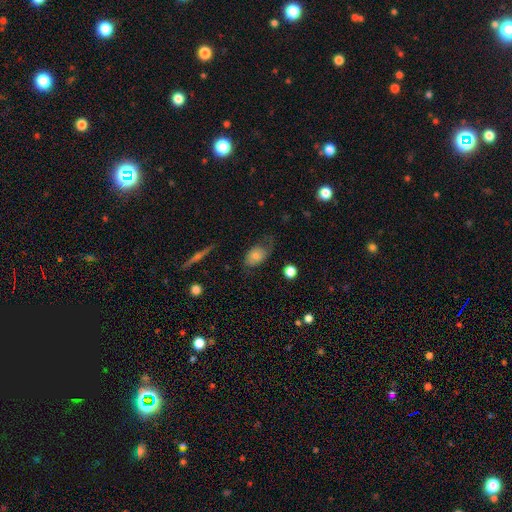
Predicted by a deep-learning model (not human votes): Smooth or featured: smooth — 63% (featured or disk — 28%)
How rounded: in between — 83% (round — 15%)
Merging: none — 44% (minor disturbance — 33%)